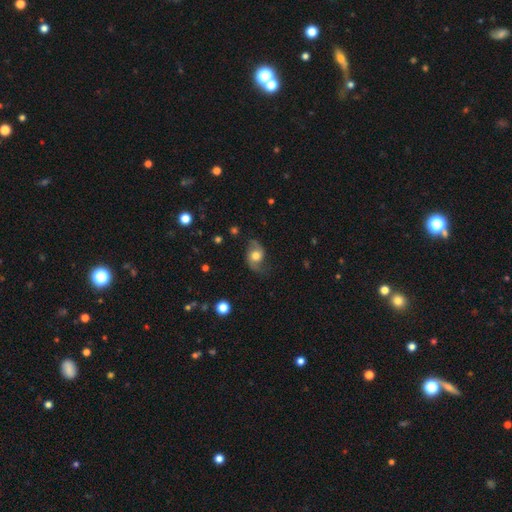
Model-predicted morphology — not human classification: This appears to be a featured or disk galaxy (59%) with no bar (70%), spiral arms (87%) and a moderate central bulge (59%). Merging: none (63%).